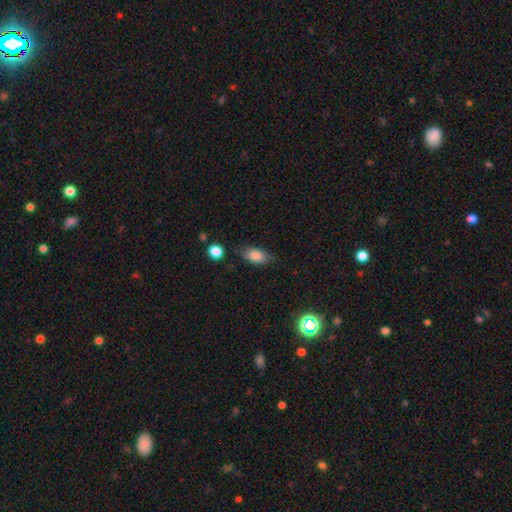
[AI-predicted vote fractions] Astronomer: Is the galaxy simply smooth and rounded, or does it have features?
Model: smooth — 83%.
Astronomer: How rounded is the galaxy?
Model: in between — 88%.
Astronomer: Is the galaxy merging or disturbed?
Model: none — 75%.